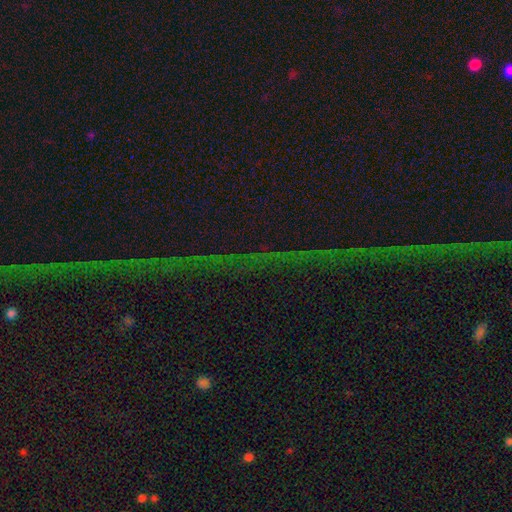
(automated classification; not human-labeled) Smooth or featured? star or artifact (77%)